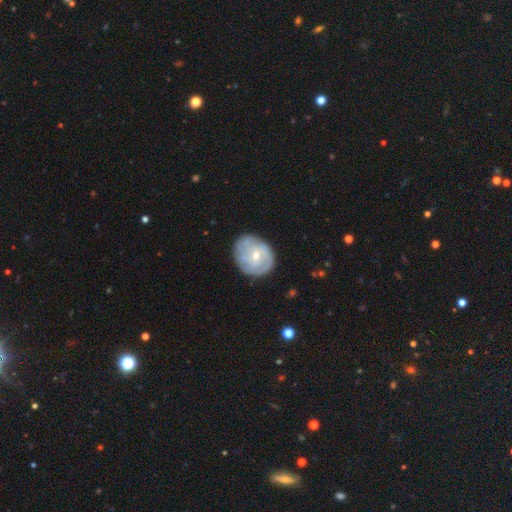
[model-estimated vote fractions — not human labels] A featured or disk galaxy (61%) with no bar (55%), spiral arms (73%) and a small central bulge (60%). Merging: none (72%).